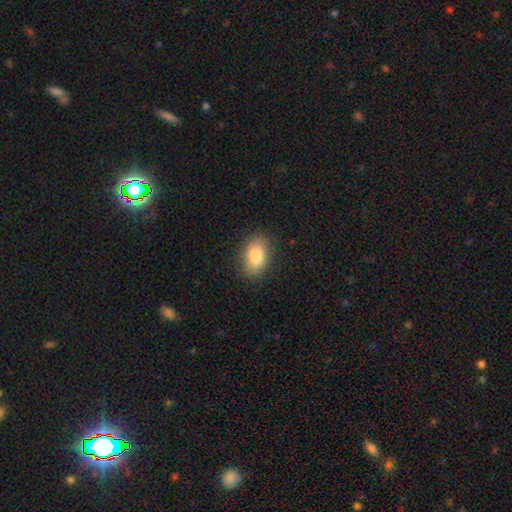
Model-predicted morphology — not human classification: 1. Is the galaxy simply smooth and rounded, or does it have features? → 84% smooth, 8% featured or disk, 7% star or artifact.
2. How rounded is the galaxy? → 86% in between, 13% round, 2% cigar-shaped.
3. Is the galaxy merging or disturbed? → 86% none, 10% minor disturbance, 3% major disturbance, 1% merger.